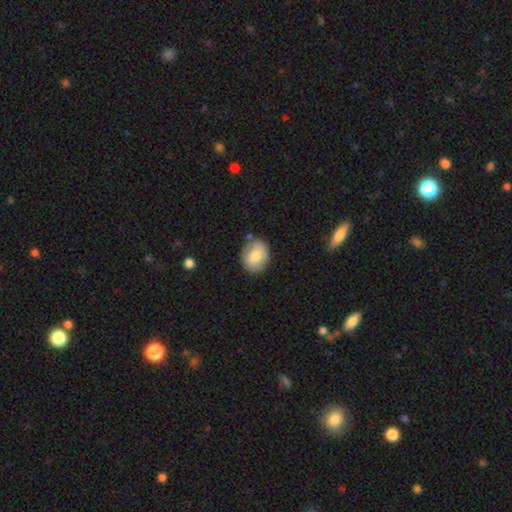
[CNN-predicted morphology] Smooth or featured?
  - smooth: 77% *
  - featured or disk: 15%
  - star or artifact: 7%
How rounded?
  - round: 56% *
  - in between: 43%
  - cigar-shaped: 1%
Merging?
  - none: 80% *
  - minor disturbance: 13%
  - merger: 3%
  - major disturbance: 3%